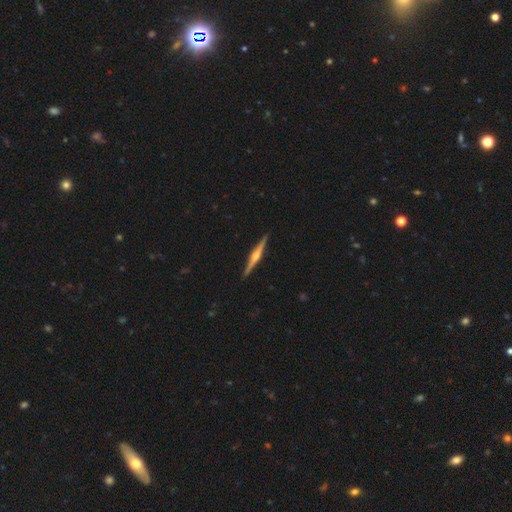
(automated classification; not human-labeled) Smooth or featured?
  - featured or disk: 81% *
  - smooth: 14%
  - star or artifact: 5%
Edge-on disk?
  - yes: 99% *
  - no: 1%
Edge-on bulge?
  - rounded: 85% *
  - boxy: 10%
  - none: 5%
Merging?
  - none: 92% *
  - minor disturbance: 6%
  - major disturbance: 1%
  - merger: 1%